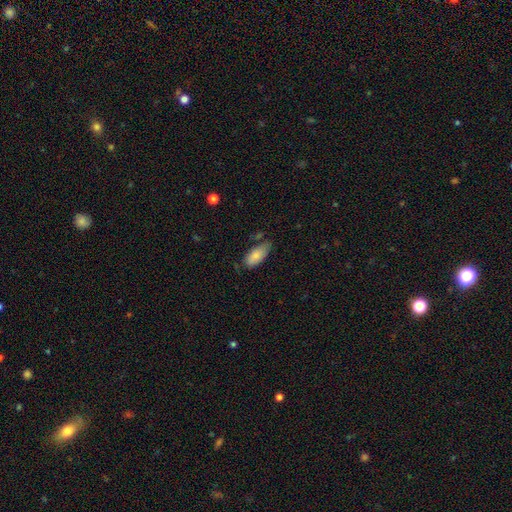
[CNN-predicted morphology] This appears to be a smooth galaxy with no disk features (83%) that is in between round and cigar-shaped (88%). Merging: none (62%).